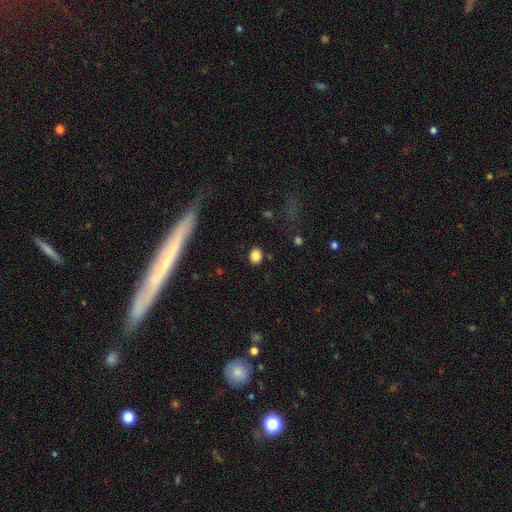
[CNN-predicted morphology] Smooth or featured: smooth — 85% (star or artifact — 10%)
How rounded: in between — 50% (round — 49%)
Merging: none — 87% (minor disturbance — 9%)